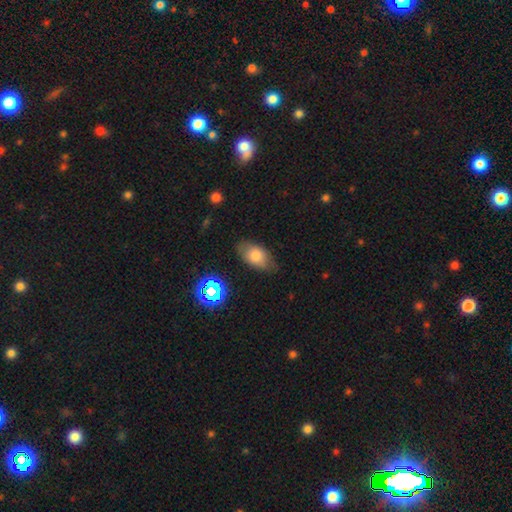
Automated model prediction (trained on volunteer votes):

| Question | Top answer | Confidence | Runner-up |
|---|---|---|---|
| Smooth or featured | smooth | 75% | featured or disk (15%) |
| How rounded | in between | 89% | round (8%) |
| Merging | none | 74% | minor disturbance (20%) |